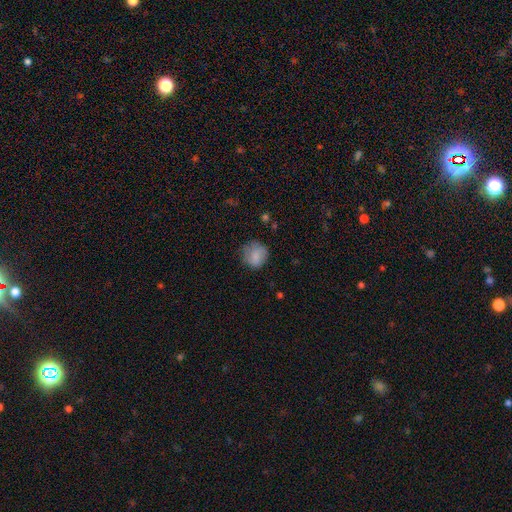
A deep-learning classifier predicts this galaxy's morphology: Smooth or featured: smooth — 81% (featured or disk — 11%)
How rounded: round — 84% (in between — 15%)
Merging: none — 70% (minor disturbance — 22%)